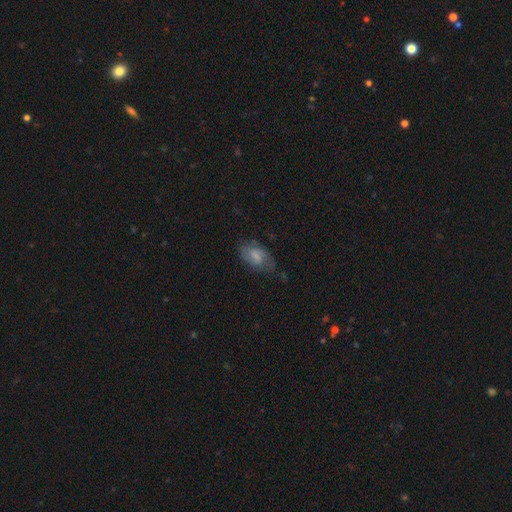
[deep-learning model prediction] A smooth galaxy with no disk features (57%) that is in between round and cigar-shaped (90%).

Vote fractions:
- Smooth or featured? smooth: 57% / featured or disk: 35% / star or artifact: 8%
- How rounded? in between: 90% / round: 7% / cigar-shaped: 3%
- Merging? none: 59% / minor disturbance: 28% / major disturbance: 12% / merger: 2%